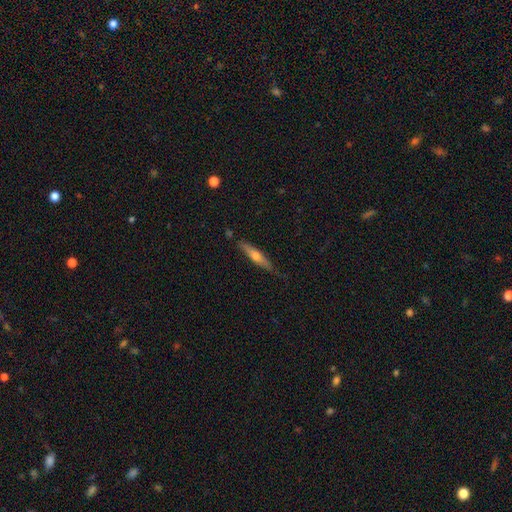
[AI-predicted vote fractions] Smooth or featured? Predicted: featured or disk (p=0.51). Edge-on disk? Predicted: yes (p=0.92). Merging? Predicted: none (p=0.78).